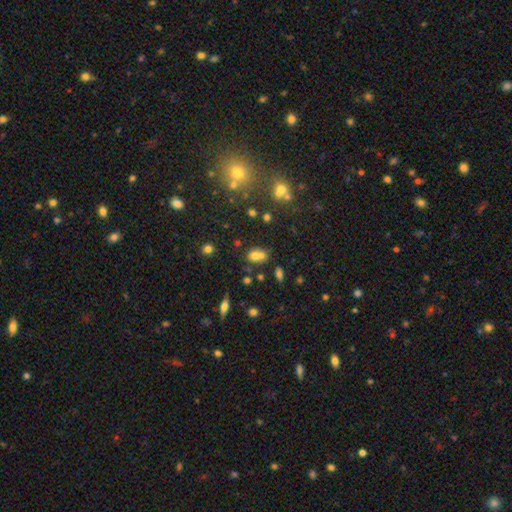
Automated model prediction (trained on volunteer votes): The model was most divided on "how rounded": round: 52%, in between: 47%, cigar-shaped: 2%. Remaining: smooth or featured — smooth (65%); merging — merger (47%).